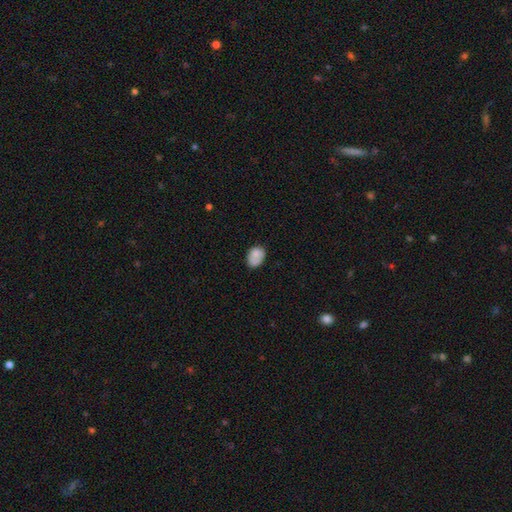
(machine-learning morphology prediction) type=smooth (75%); roundness=in between (66%); merging=none (58%).